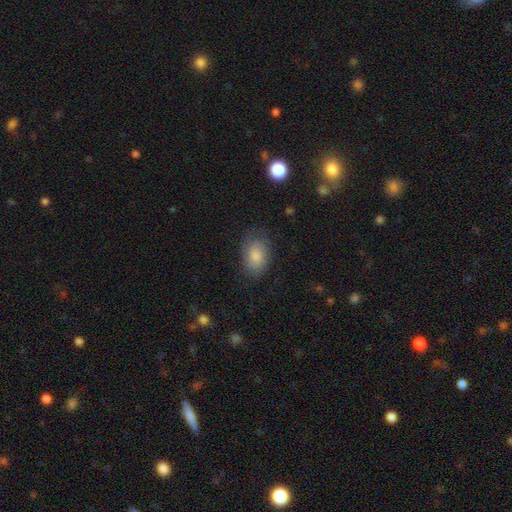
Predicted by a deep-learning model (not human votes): Smooth or featured: smooth — 82% (featured or disk — 11%)
How rounded: in between — 82% (round — 16%)
Merging: none — 76% (minor disturbance — 17%)